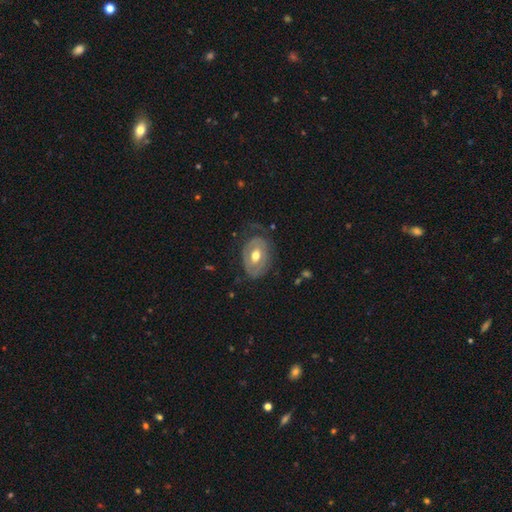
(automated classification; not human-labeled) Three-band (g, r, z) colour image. It shows a featured or disk galaxy (59%) with no bar (61%), no spiral arms (57%) and a moderate central bulge (77%). Merging: none (59%).